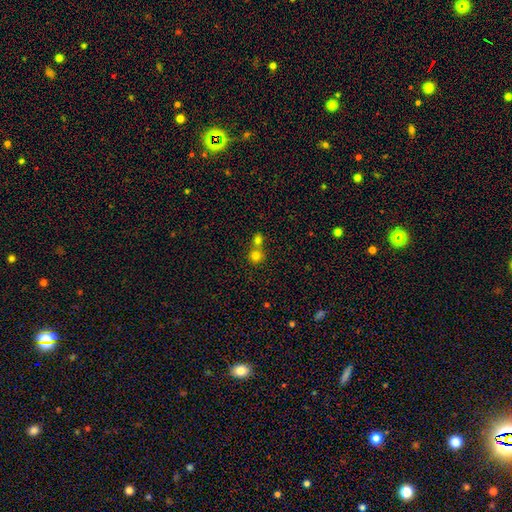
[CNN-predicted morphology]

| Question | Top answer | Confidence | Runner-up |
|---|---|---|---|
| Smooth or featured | smooth | 78% | star or artifact (14%) |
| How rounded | round | 90% | in between (9%) |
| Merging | none | 48% | merger (45%) |